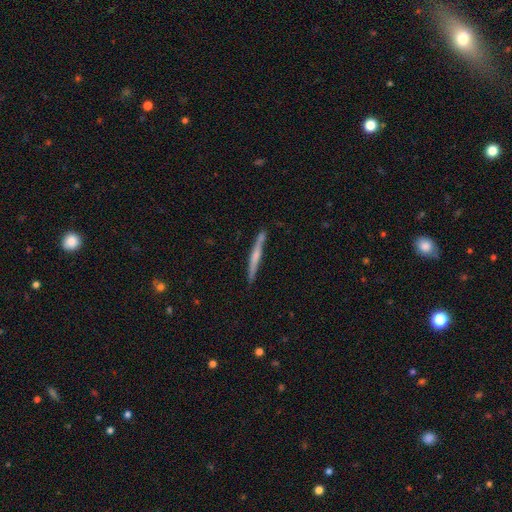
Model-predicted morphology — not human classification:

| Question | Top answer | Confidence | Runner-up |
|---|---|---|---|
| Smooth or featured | featured or disk | 55% | smooth (39%) |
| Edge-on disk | yes | 97% | no (3%) |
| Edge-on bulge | none | 49% | rounded (37%) |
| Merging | none | 83% | minor disturbance (11%) |